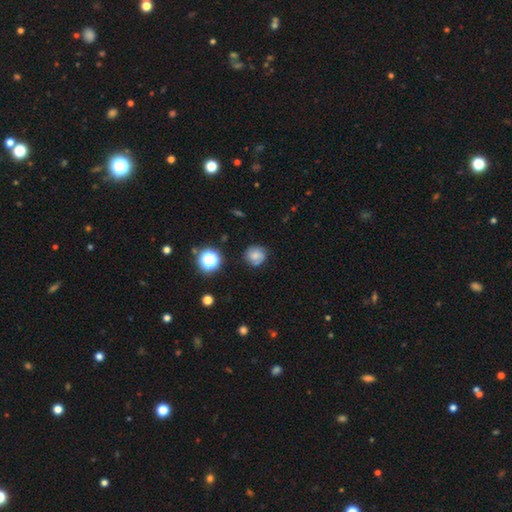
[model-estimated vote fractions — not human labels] The model was most divided on "smooth or featured": smooth: 59%, featured or disk: 28%, star or artifact: 13%. More confident: how rounded — round (85%); merging — none (75%).